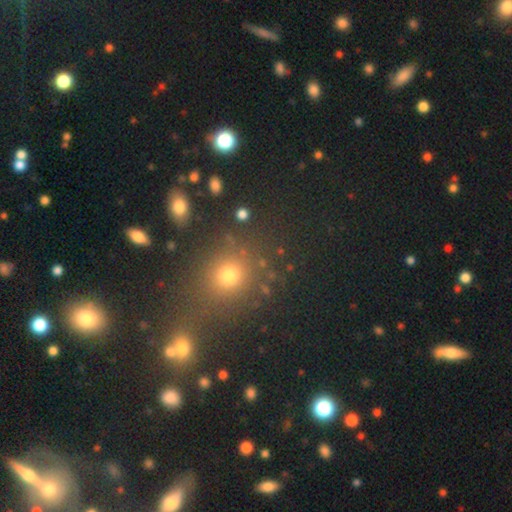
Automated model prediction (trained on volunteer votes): smooth 52%, star or artifact 40%, featured or disk 8%. Down the decision tree: how rounded — round (81%); merging — none (78%).